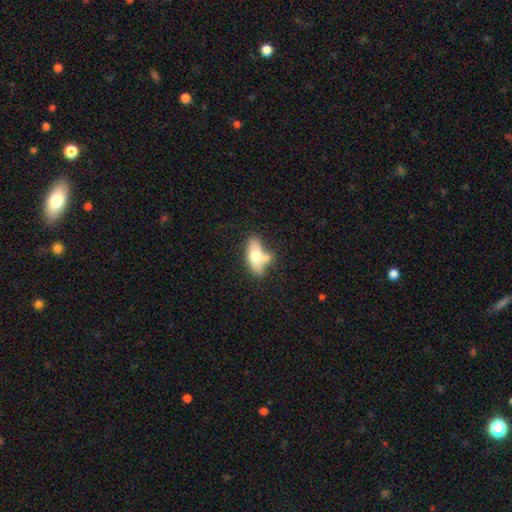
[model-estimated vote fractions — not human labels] Smooth or featured? smooth (64%)
How rounded? in between (83%)
Merging? none (49%)